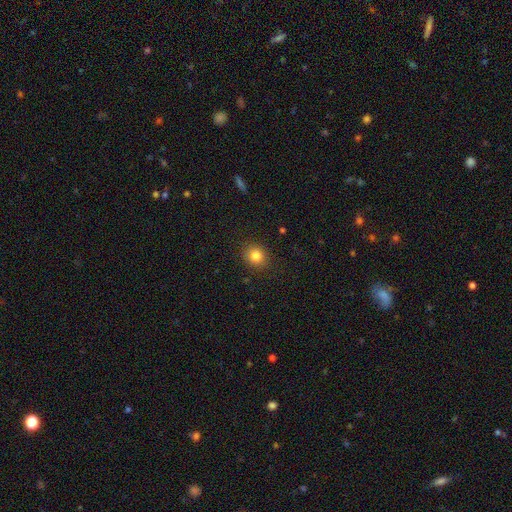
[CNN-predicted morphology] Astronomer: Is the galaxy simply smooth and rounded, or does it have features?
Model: smooth — 83%.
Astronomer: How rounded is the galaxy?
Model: round — 78%.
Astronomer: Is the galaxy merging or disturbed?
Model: none — 89%.